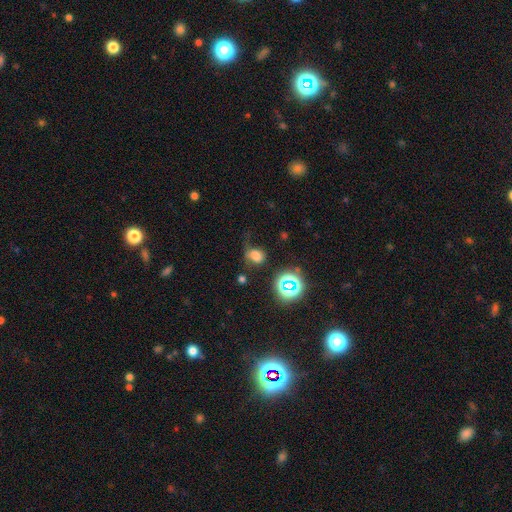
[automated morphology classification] The model was most divided on "how rounded": round: 50%, in between: 48%, cigar-shaped: 1%. Remaining: smooth or featured — smooth (68%); merging — none (44%).